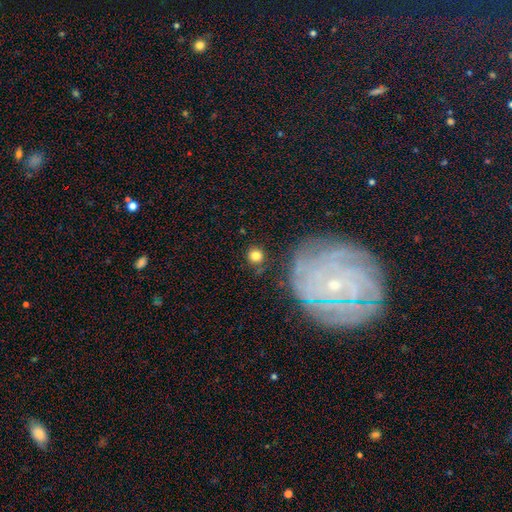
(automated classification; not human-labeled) This appears to be a smooth galaxy with no disk features (80%) that is round (91%). Merging: none (83%).